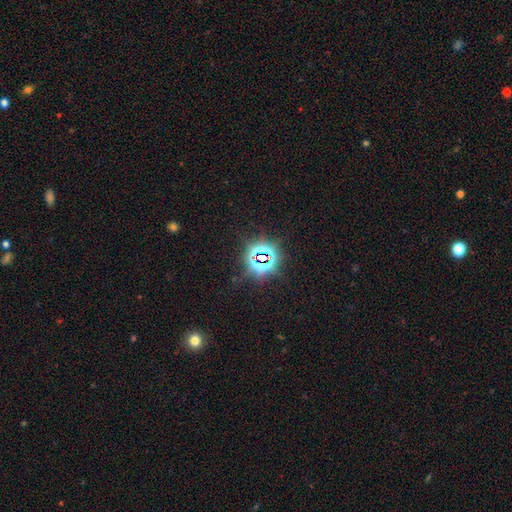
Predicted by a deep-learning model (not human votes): A star or artifact, not a galaxy (80%).